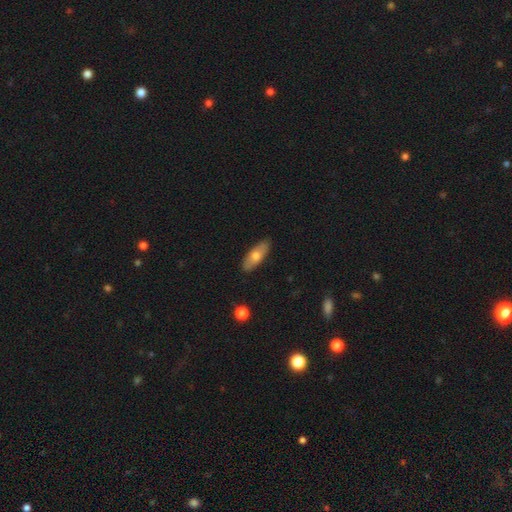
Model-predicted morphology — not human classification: smooth_or_featured: smooth (p=0.67) [alt: featured or disk p=0.27]
how_rounded: in between (p=0.71) [alt: cigar-shaped p=0.26]
merging: none (p=0.87) [alt: minor disturbance p=0.10]